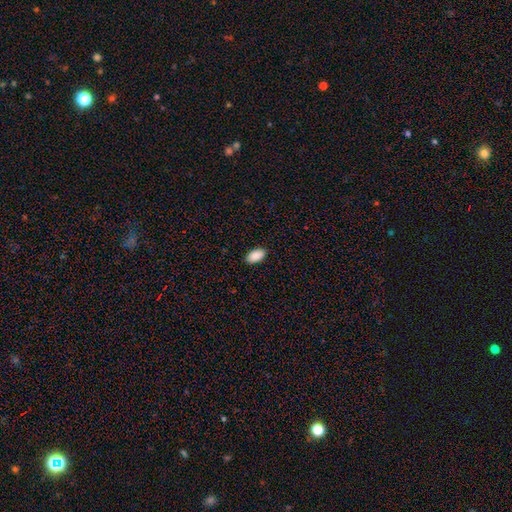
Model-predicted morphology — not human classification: This appears to be a smooth galaxy with no disk features (91%) that is in between round and cigar-shaped (95%). Merging: none (89%).